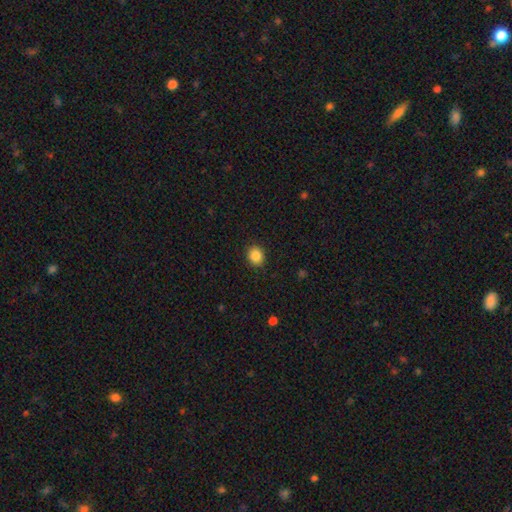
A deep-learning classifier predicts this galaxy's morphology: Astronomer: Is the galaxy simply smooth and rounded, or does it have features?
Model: smooth — 86%.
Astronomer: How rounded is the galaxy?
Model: round — 70%.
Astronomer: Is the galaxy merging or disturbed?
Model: none — 90%.